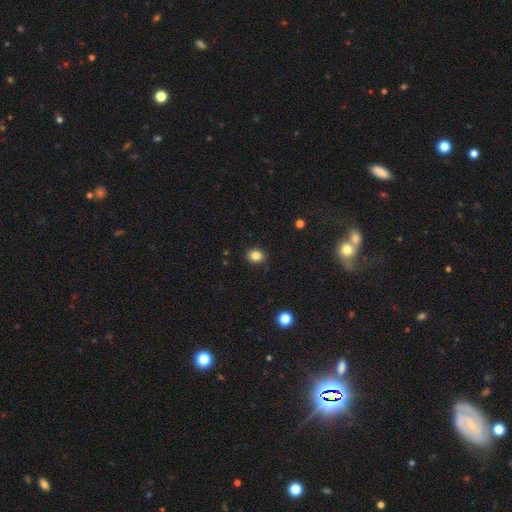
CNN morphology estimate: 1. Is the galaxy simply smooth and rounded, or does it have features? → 84% smooth, 11% star or artifact, 5% featured or disk.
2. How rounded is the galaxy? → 66% round, 33% in between, 1% cigar-shaped.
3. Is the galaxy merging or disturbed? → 90% none, 7% minor disturbance, 2% major disturbance, 1% merger.